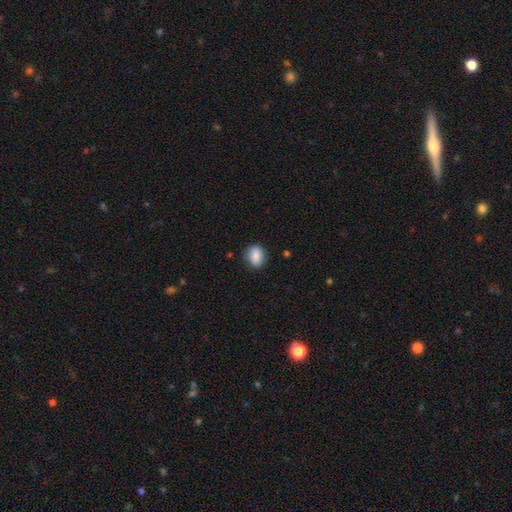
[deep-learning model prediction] Q: Smooth or featured?
A: smooth (86%); runner-up: star or artifact (8%)
Q: How rounded?
A: in between (56%); runner-up: round (42%)
Q: Merging?
A: none (82%); runner-up: minor disturbance (14%)